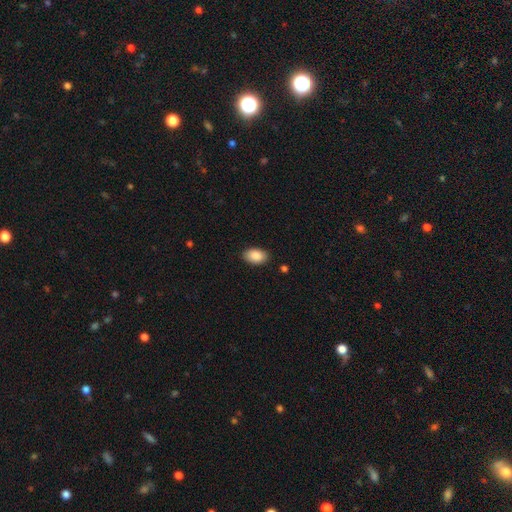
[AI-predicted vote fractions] This appears to be a smooth galaxy with no disk features (89%) that is in between round and cigar-shaped (91%). Merging: none (88%).